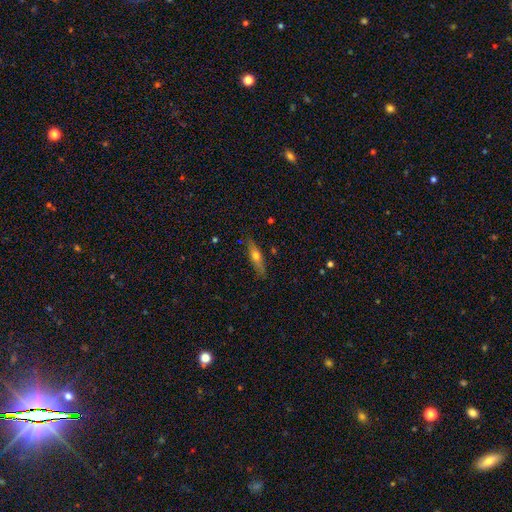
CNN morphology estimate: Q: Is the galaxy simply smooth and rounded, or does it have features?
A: smooth — 47%, tied with featured or disk.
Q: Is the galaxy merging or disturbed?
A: none — 86%.